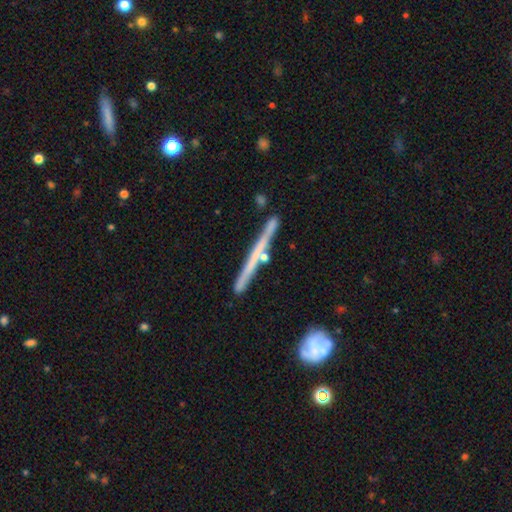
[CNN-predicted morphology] Smooth or featured? Predicted: featured or disk (p=0.64). Edge-on disk? Predicted: yes (p=0.96). Edge-on bulge? Predicted: none (p=0.69). Merging? Predicted: none (p=0.82).